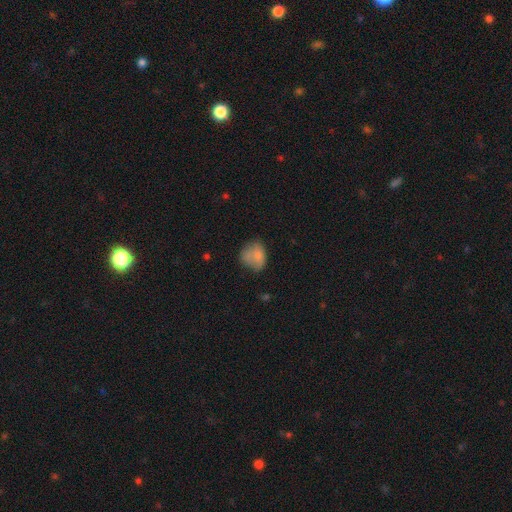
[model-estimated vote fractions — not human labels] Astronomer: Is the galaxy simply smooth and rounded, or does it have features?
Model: smooth — 75%.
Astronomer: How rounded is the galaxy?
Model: round — 52% (runner-up: in between, 47%).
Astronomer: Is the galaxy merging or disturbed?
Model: none — 41% (runner-up: minor disturbance, 31%).